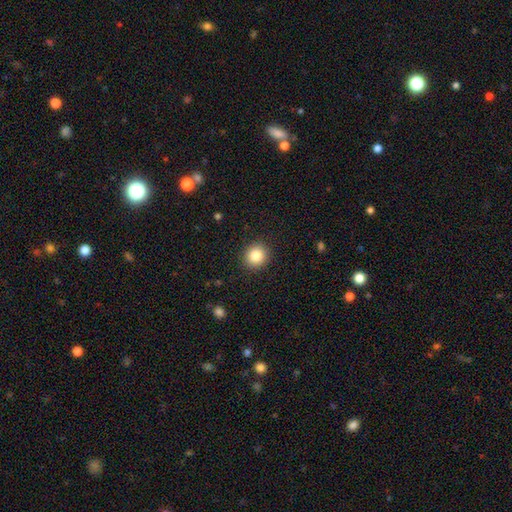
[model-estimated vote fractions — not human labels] smooth_or_featured: smooth (p=0.84) [alt: star or artifact p=0.10]
how_rounded: round (p=0.88) [alt: in between p=0.12]
merging: none (p=0.91) [alt: minor disturbance p=0.06]